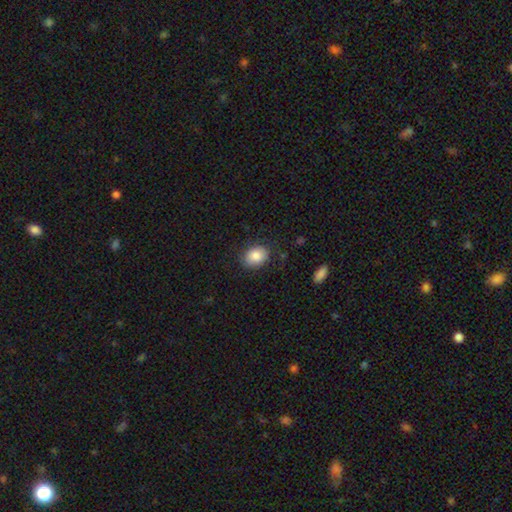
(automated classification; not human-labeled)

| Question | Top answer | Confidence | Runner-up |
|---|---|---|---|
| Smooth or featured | smooth | 85% | featured or disk (8%) |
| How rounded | in between | 62% | round (37%) |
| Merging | none | 81% | minor disturbance (14%) |